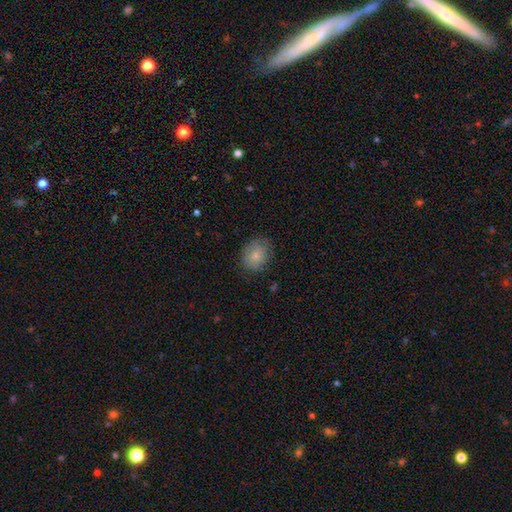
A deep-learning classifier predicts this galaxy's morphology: Overall: smooth (80%). How rounded: round (54%; in between 45%). Merging: none (80%).